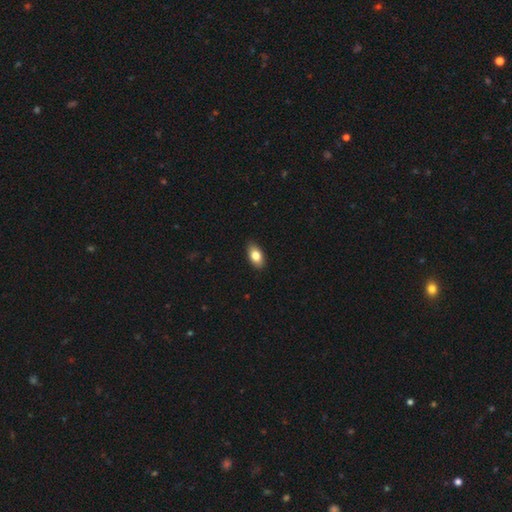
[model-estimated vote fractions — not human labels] Smooth or featured? smooth (81%)
How rounded? in between (91%)
Merging? none (88%)